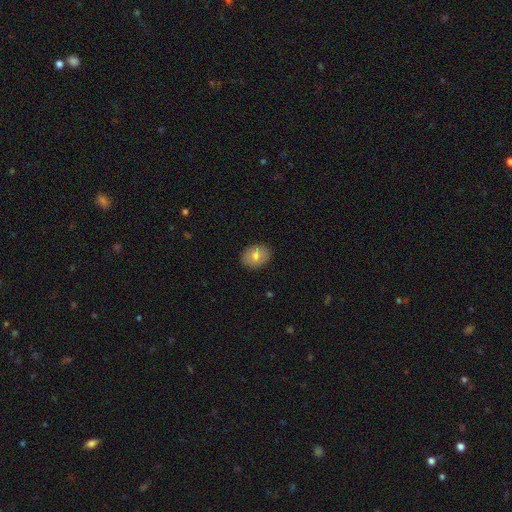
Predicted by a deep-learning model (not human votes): Smooth or featured?
  - smooth: 74% *
  - featured or disk: 18%
  - star or artifact: 8%
How rounded?
  - in between: 63% *
  - round: 36%
  - cigar-shaped: 1%
Merging?
  - none: 89% *
  - minor disturbance: 8%
  - major disturbance: 2%
  - merger: 1%